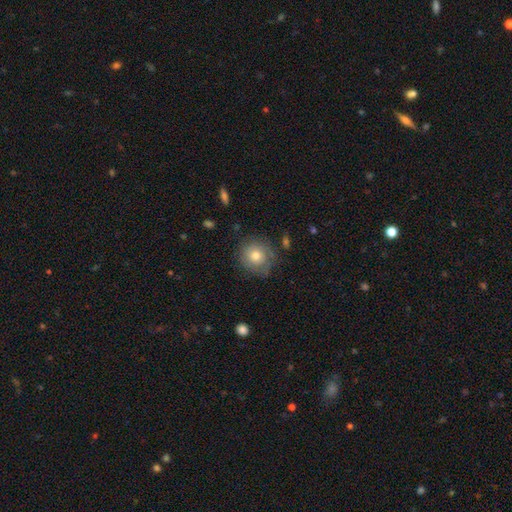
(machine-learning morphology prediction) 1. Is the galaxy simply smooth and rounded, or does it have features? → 64% smooth, 27% featured or disk, 9% star or artifact.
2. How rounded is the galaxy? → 91% round, 9% in between, 1% cigar-shaped.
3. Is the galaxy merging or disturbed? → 74% none, 17% minor disturbance, 6% major disturbance, 2% merger.